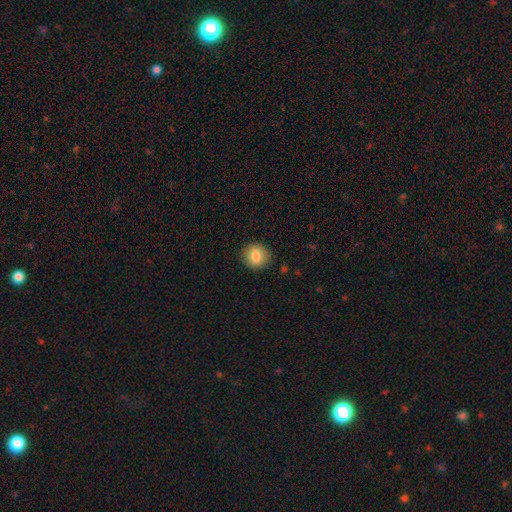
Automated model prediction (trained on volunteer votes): smooth 83%, star or artifact 9%, featured or disk 8%. Down the decision tree: how rounded — round (86%); merging — none (89%).